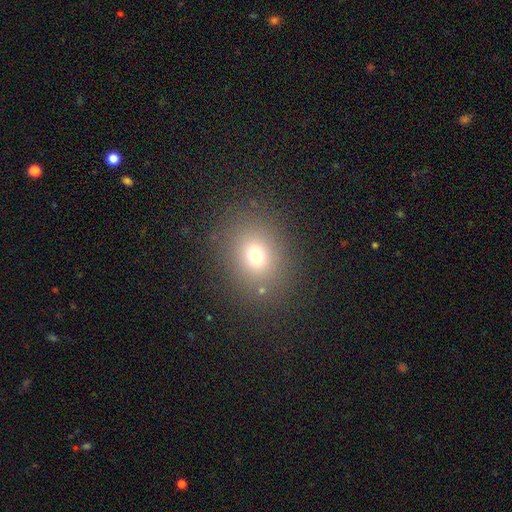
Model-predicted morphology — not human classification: This appears to be a smooth galaxy with no disk features (70%) that is round (52%). Merging: none (84%).